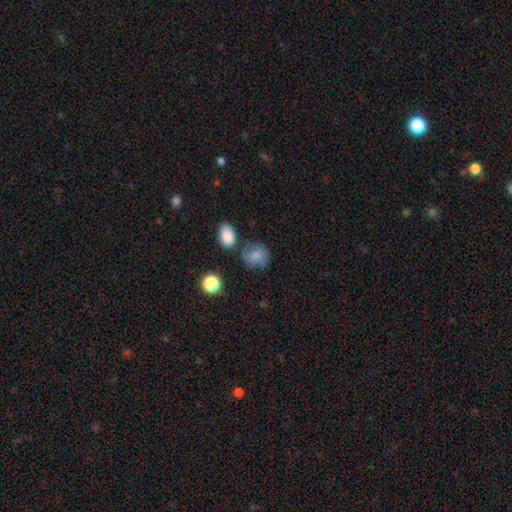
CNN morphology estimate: type=smooth (79%); roundness=round (70%); merging=none (64%).